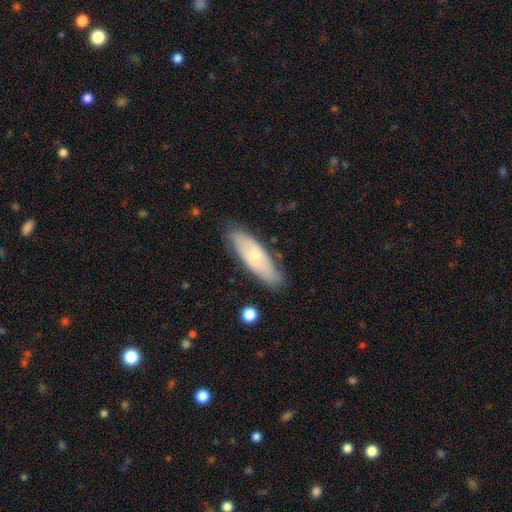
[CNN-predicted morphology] A smooth galaxy with no disk features (55%) that is in between round and cigar-shaped (57%). Merging: none (77%).